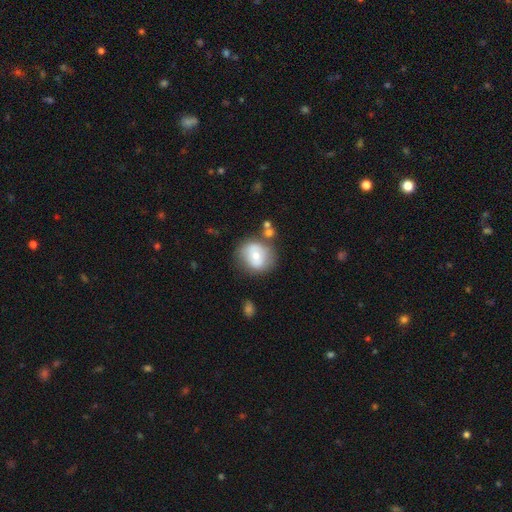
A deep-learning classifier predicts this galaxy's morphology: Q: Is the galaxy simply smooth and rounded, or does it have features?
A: smooth — 63%.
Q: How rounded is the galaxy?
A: round — 72%.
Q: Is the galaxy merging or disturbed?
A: none — 64%.